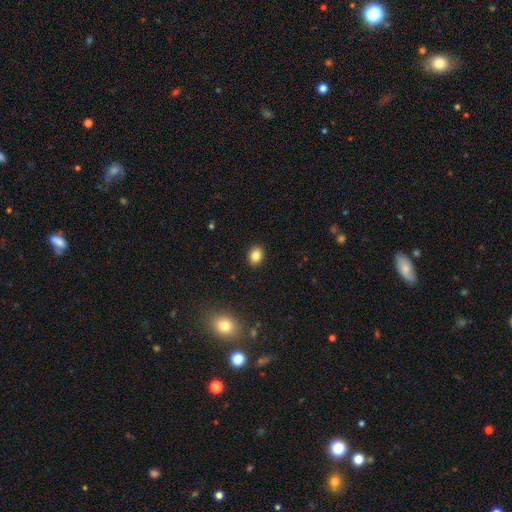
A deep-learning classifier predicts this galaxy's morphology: type=smooth (84%); roundness=in between (63%); merging=none (90%).